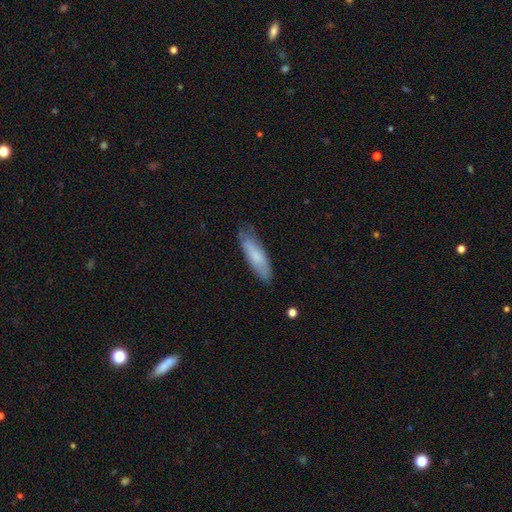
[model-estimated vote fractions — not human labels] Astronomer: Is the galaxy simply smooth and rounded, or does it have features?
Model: smooth — 72%.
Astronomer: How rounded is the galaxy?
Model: cigar-shaped — 59% (runner-up: in between, 40%).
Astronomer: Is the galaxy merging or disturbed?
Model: none — 75%.